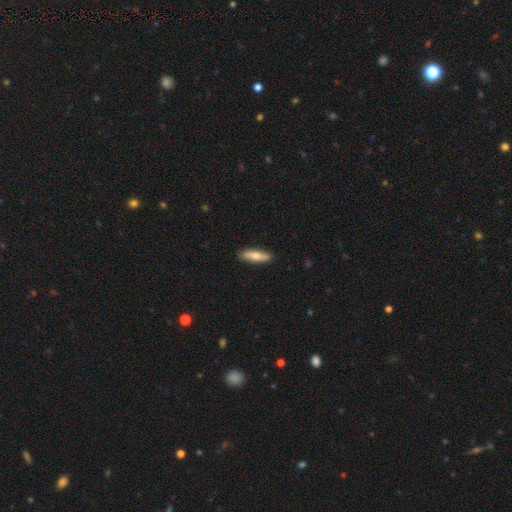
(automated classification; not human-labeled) Smooth or featured: smooth — 68% (featured or disk — 26%)
How rounded: cigar-shaped — 73% (in between — 25%)
Merging: none — 89% (minor disturbance — 8%)